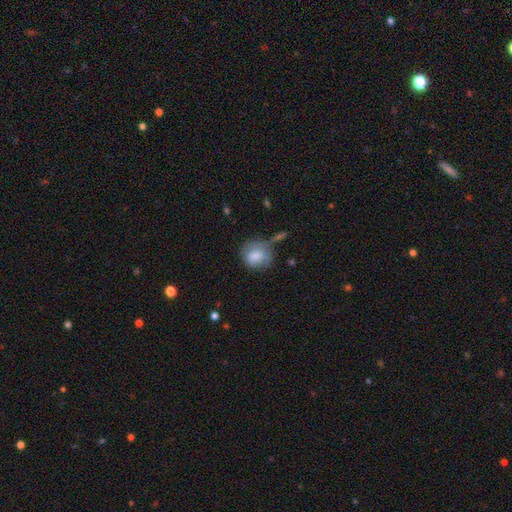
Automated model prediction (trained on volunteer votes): smooth-or-featured: smooth: 78% | featured or disk: 14% | star or artifact: 8%
  how-rounded: round: 71% | in between: 28% | cigar-shaped: 1%
  merging: none: 48% | minor disturbance: 28% | major disturbance: 15% | merger: 9%